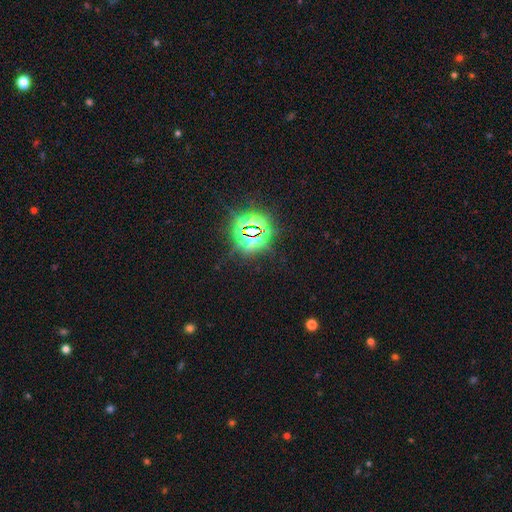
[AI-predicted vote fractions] smooth_or_featured: star or artifact (p=0.82) [alt: smooth p=0.11]